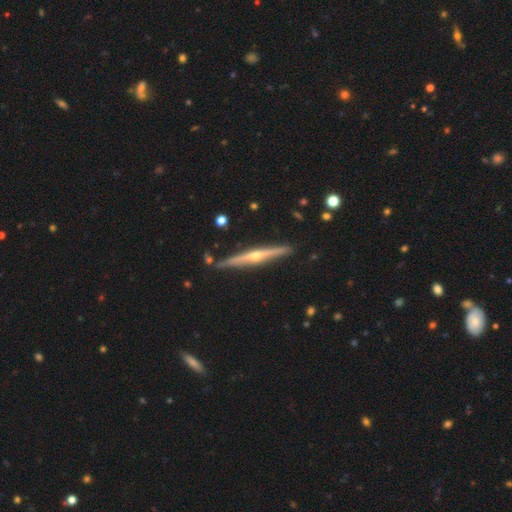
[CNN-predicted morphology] Overall: featured or disk (81%). Edge-on disk: yes (97%). Edge-on bulge: rounded (86%). Merging: none (85%).